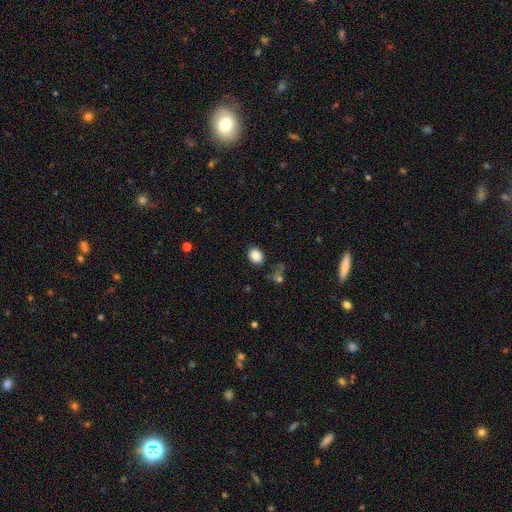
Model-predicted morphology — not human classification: type=smooth (87%); roundness=in between (64%); merging=none (83%).